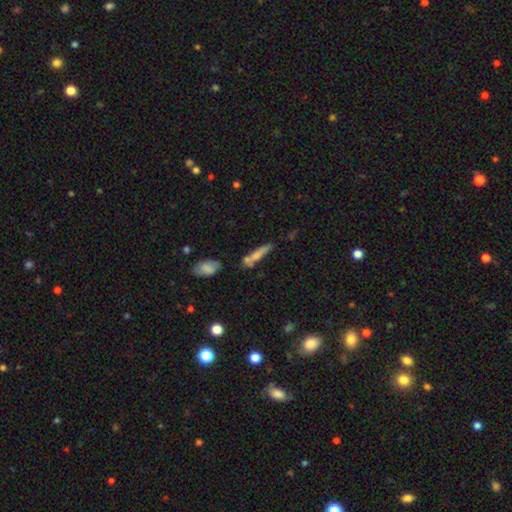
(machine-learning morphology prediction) Q: Smooth or featured?
A: smooth (64%); runner-up: featured or disk (27%)
Q: How rounded?
A: cigar-shaped (82%); runner-up: in between (16%)
Q: Merging?
A: none (55%); runner-up: merger (20%)